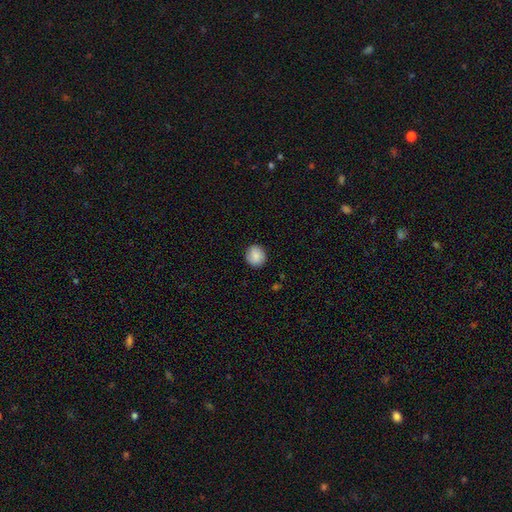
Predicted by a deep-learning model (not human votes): Q: Smooth or featured?
A: smooth (87%); runner-up: star or artifact (7%)
Q: How rounded?
A: round (89%); runner-up: in between (10%)
Q: Merging?
A: none (89%); runner-up: minor disturbance (8%)